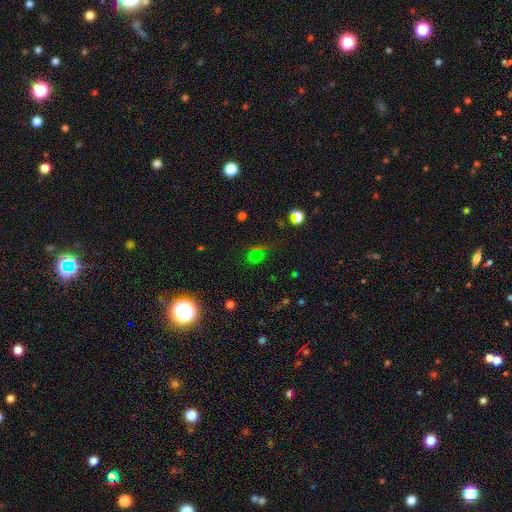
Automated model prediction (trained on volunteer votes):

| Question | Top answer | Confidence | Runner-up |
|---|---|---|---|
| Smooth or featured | smooth | 48% | star or artifact (44%) |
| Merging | none | 65% | minor disturbance (16%) |